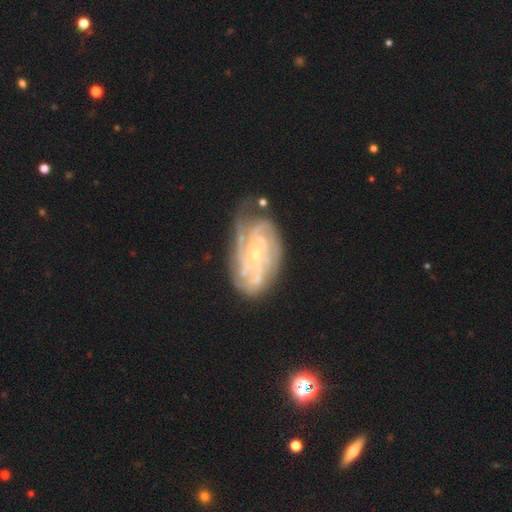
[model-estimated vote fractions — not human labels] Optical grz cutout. It shows a featured or disk galaxy (86%) with no bar (66%), tight (65%) spiral arms (96%) and a small central bulge (76%). Merging: none (66%).